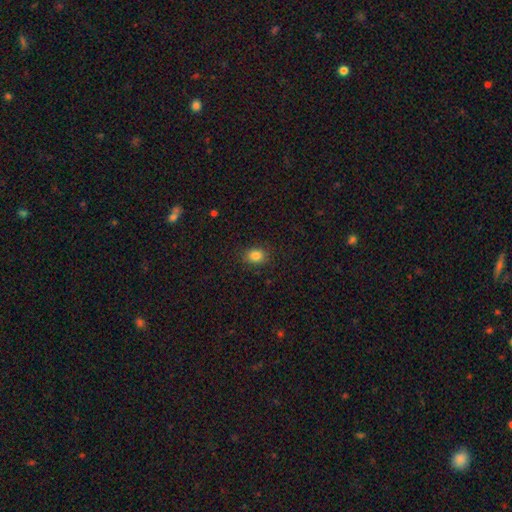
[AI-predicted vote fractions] Smooth or featured? smooth (84%)
How rounded? in between (51%)
Merging? none (87%)